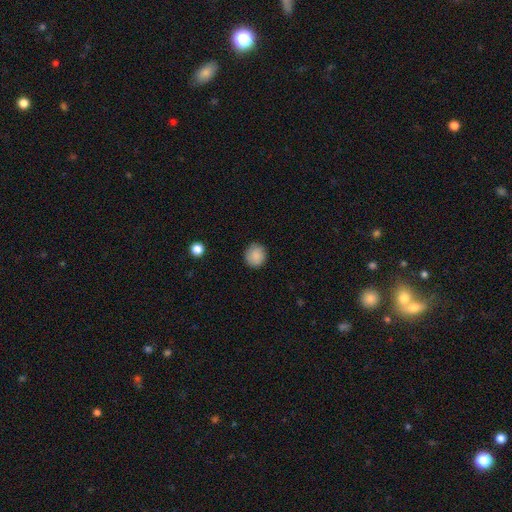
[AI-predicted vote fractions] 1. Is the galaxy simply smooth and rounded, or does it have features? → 88% smooth, 8% star or artifact, 4% featured or disk.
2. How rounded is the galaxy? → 88% round, 11% in between, 1% cigar-shaped.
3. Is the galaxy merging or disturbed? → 88% none, 9% minor disturbance, 2% major disturbance, 1% merger.